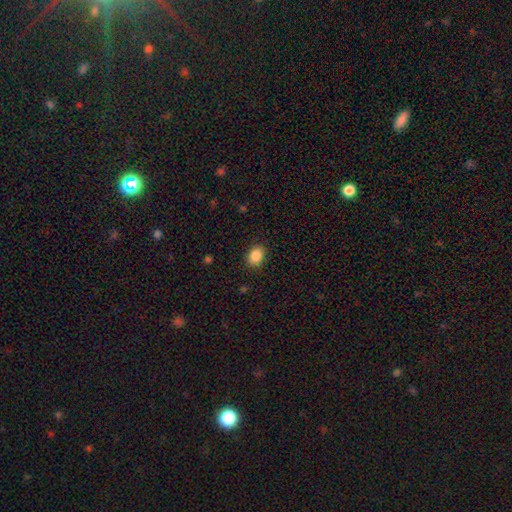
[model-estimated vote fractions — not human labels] smooth 88%, star or artifact 9%, featured or disk 4%. Down the decision tree: how rounded — in between (65%); merging — none (87%).